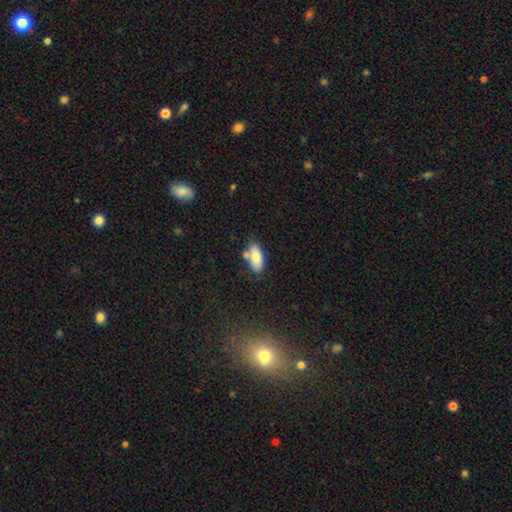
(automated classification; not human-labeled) This appears to be a smooth galaxy with no disk features (82%) that is in between round and cigar-shaped (90%). Merging: none (68%).